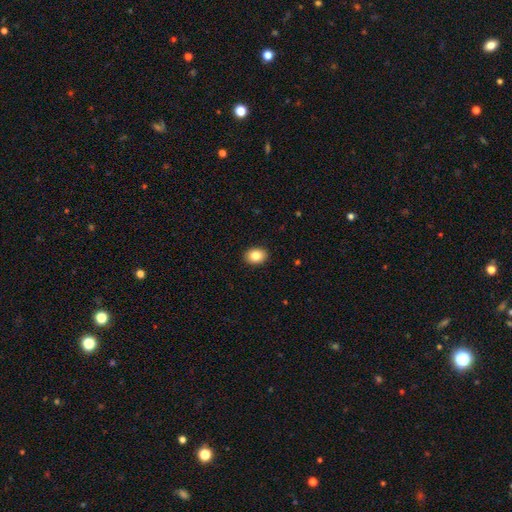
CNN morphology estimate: Overall: smooth (83%). How rounded: in between (66%; round 33%). Merging: none (91%).